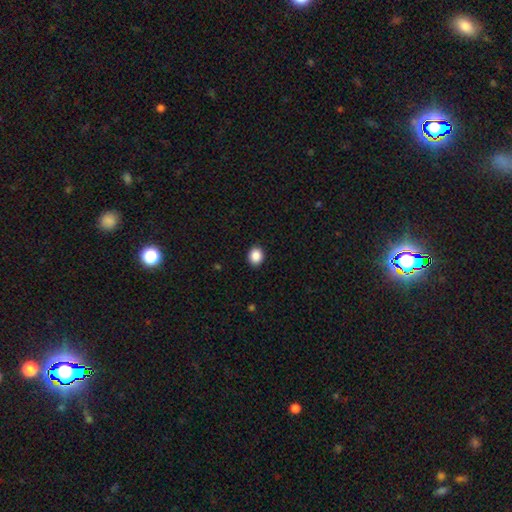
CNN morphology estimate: Smooth or featured?
  - smooth: 88% *
  - star or artifact: 9%
  - featured or disk: 3%
How rounded?
  - round: 66% *
  - in between: 33%
  - cigar-shaped: 1%
Merging?
  - none: 91% *
  - minor disturbance: 6%
  - major disturbance: 2%
  - merger: 1%